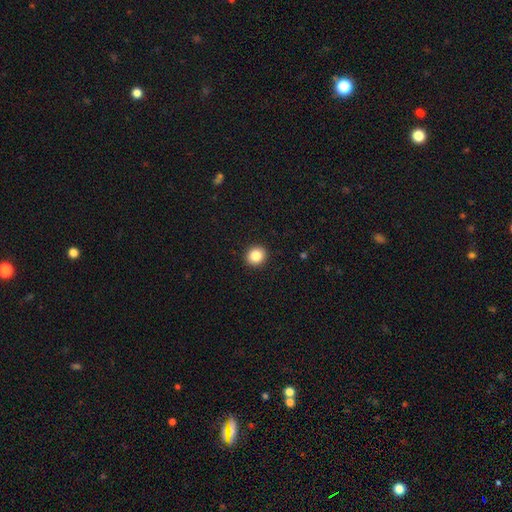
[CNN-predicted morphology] smooth_or_featured: smooth (p=0.86) [alt: star or artifact p=0.10]
how_rounded: round (p=0.83) [alt: in between p=0.16]
merging: none (p=0.93) [alt: minor disturbance p=0.05]